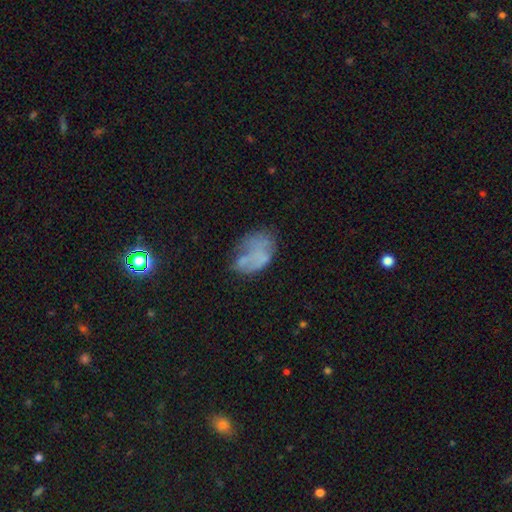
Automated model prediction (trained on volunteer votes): Smooth or featured: smooth — 49% (featured or disk — 37%)
Merging: none — 35% (major disturbance — 30%)